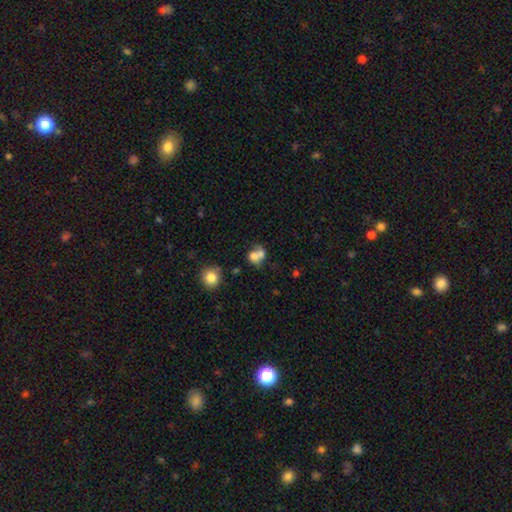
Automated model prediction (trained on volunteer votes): smooth-or-featured: smooth: 69% | featured or disk: 20% | star or artifact: 12%
  how-rounded: round: 66% | in between: 33% | cigar-shaped: 1%
  merging: merger: 60% | none: 26% | minor disturbance: 9% | major disturbance: 6%